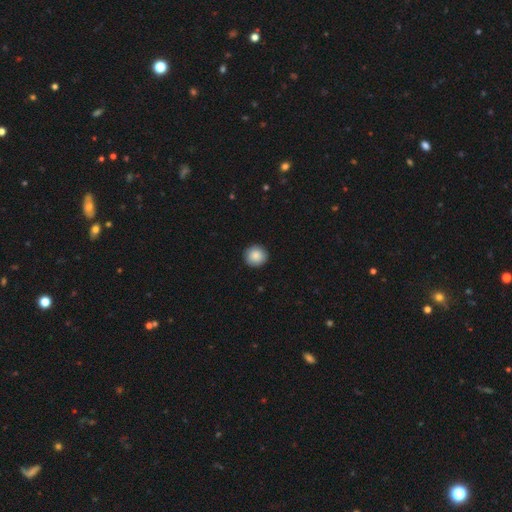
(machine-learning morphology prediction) The model was most divided on "smooth or featured": smooth: 88%, star or artifact: 8%, featured or disk: 4%. More confident: how rounded — round (93%); merging — none (91%).